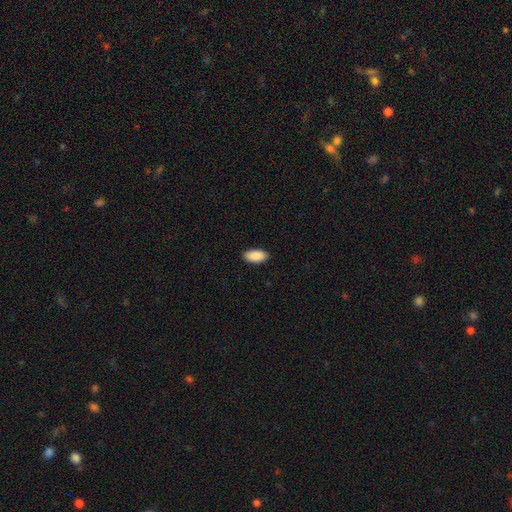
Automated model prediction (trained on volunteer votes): Q: Smooth or featured?
A: smooth (91%); runner-up: star or artifact (6%)
Q: How rounded?
A: in between (94%); runner-up: cigar-shaped (4%)
Q: Merging?
A: none (89%); runner-up: minor disturbance (8%)